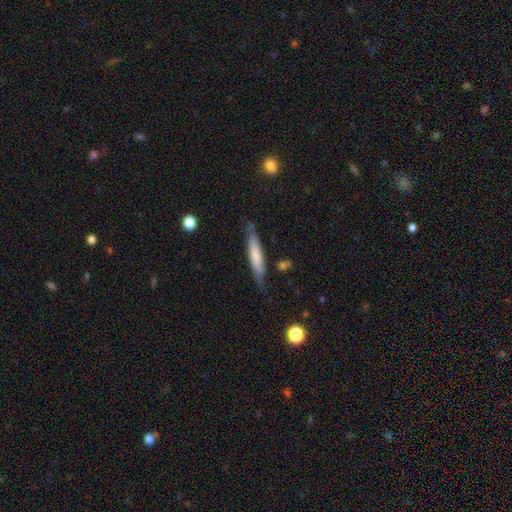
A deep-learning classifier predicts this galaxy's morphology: type=smooth (65%); roundness=cigar-shaped (88%); merging=none (76%).